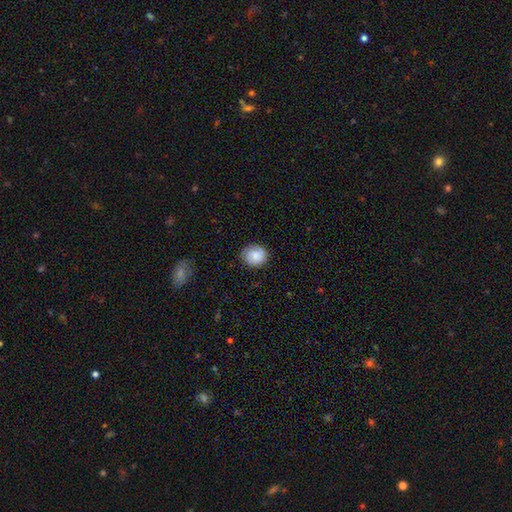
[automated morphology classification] Smooth or featured? Predicted: smooth (p=0.70). How rounded? Predicted: round (p=0.77). Merging? Predicted: none (p=0.81).